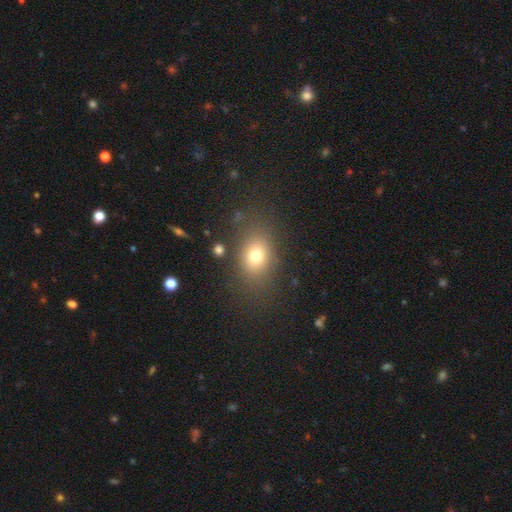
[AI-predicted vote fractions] A smooth galaxy with no disk features (74%) that is in between round and cigar-shaped (60%). Merging: none (78%).